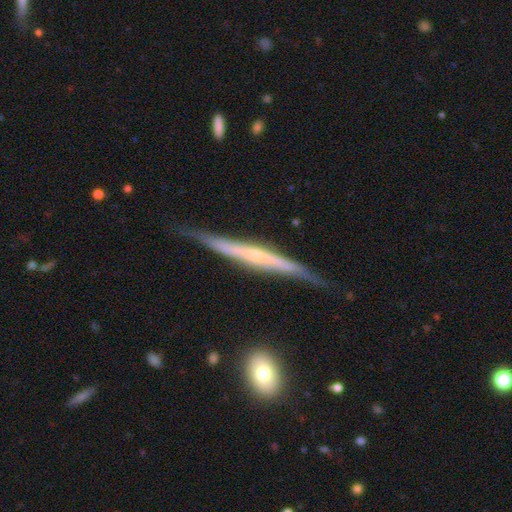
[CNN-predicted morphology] Smooth or featured? Predicted: featured or disk (p=0.76). Edge-on disk? Predicted: yes (p=0.95). Edge-on bulge? Predicted: rounded (p=0.48). Merging? Predicted: none (p=0.76).